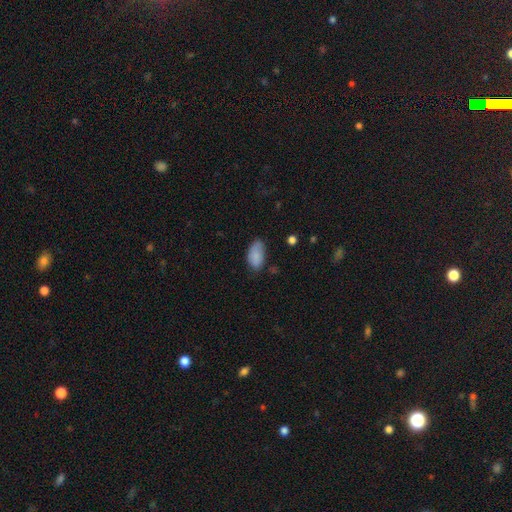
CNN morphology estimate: Smooth or featured: smooth — 86% (star or artifact — 7%)
How rounded: in between — 94% (round — 4%)
Merging: none — 65% (minor disturbance — 27%)